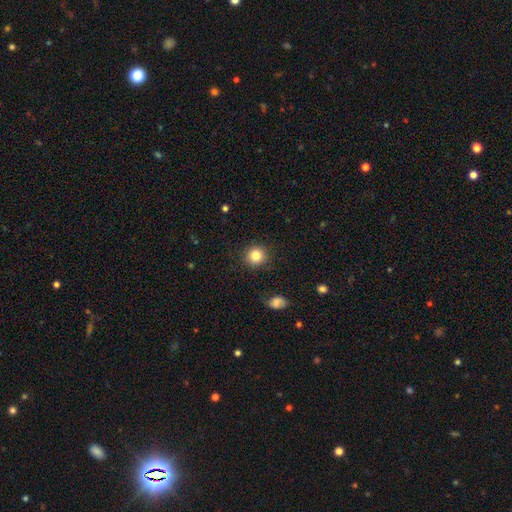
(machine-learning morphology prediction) A smooth galaxy with no disk features (83%) that is round (92%).

Vote fractions:
- Smooth or featured? smooth: 83% / star or artifact: 10% / featured or disk: 6%
- How rounded? round: 92% / in between: 7% / cigar-shaped: 1%
- Merging? none: 89% / minor disturbance: 7% / major disturbance: 2% / merger: 1%